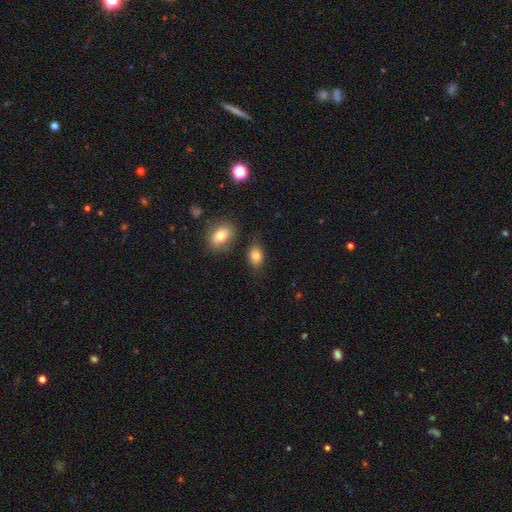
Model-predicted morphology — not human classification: Q: Smooth or featured?
A: smooth (84%); runner-up: star or artifact (9%)
Q: How rounded?
A: in between (81%); runner-up: round (17%)
Q: Merging?
A: none (73%); runner-up: minor disturbance (17%)